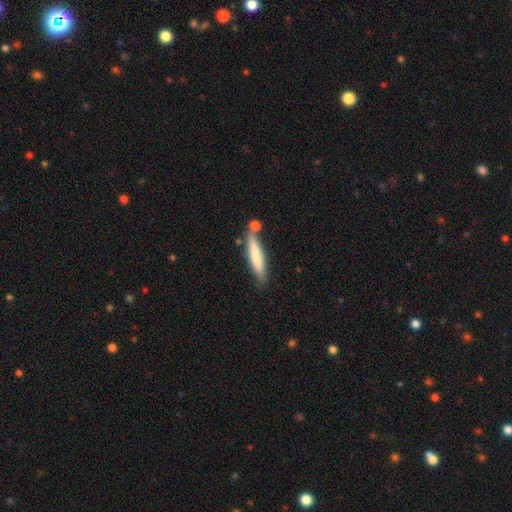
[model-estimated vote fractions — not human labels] A smooth galaxy with no disk features (68%) that is cigar-shaped (90%). Merging: none (69%).